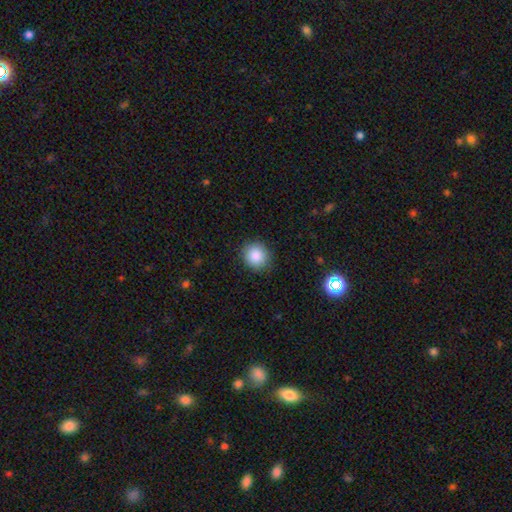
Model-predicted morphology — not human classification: Smooth or featured: smooth — 87% (star or artifact — 9%)
How rounded: round — 88% (in between — 11%)
Merging: none — 89% (minor disturbance — 8%)